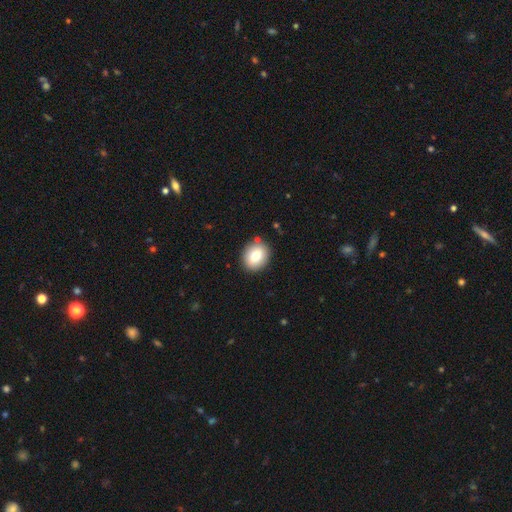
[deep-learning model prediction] Morphology: type=smooth (79%); roundness=round (57%); merging=none (86%).